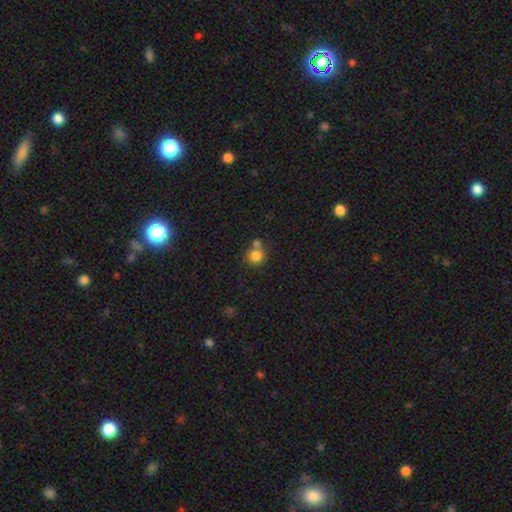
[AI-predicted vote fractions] This appears to be a smooth galaxy with no disk features (81%) that is round (87%). Merging: none (50%).